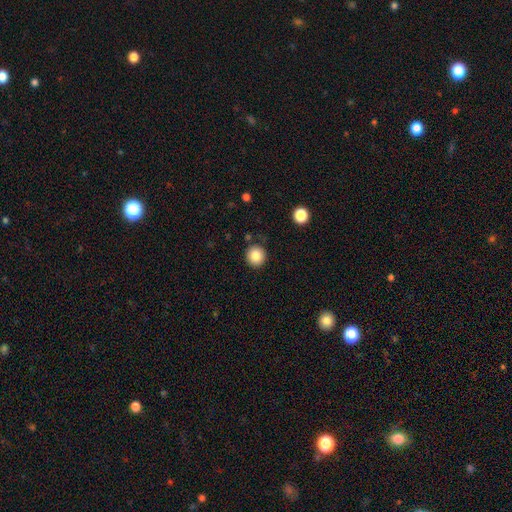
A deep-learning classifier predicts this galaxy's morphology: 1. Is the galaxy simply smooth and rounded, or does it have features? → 83% smooth, 10% star or artifact, 7% featured or disk.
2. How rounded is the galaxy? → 93% round, 6% in between, 1% cigar-shaped.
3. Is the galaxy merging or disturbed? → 87% none, 8% minor disturbance, 3% merger, 2% major disturbance.